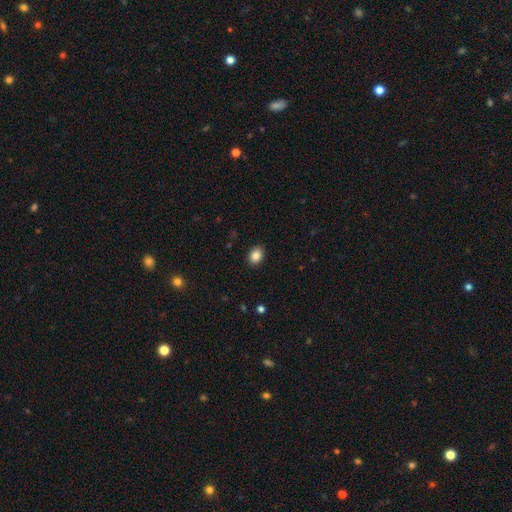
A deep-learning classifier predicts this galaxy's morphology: smooth 86%, star or artifact 9%, featured or disk 5%. Down the decision tree: how rounded — in between (66%); merging — none (89%).